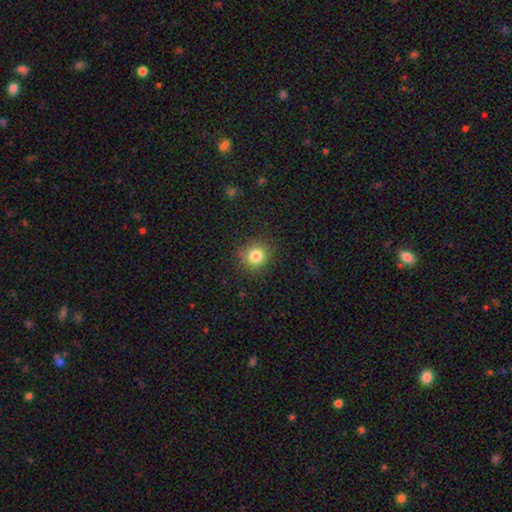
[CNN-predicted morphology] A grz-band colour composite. It shows a smooth galaxy with no disk features (82%) that is round (89%). Merging: none (84%).